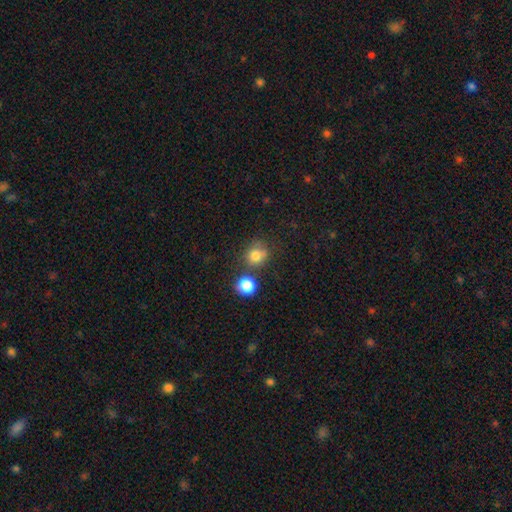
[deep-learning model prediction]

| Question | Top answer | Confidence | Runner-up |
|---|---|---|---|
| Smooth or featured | smooth | 79% | star or artifact (13%) |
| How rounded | round | 81% | in between (18%) |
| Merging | none | 60% | merger (19%) |